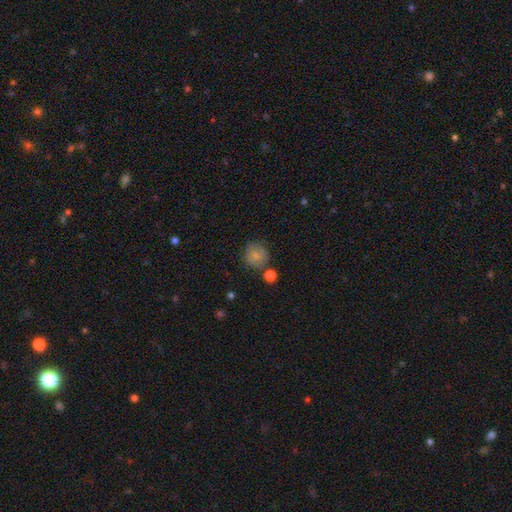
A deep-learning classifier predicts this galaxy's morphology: Smooth or featured: smooth — 77% (featured or disk — 13%)
How rounded: round — 89% (in between — 10%)
Merging: none — 72% (minor disturbance — 16%)